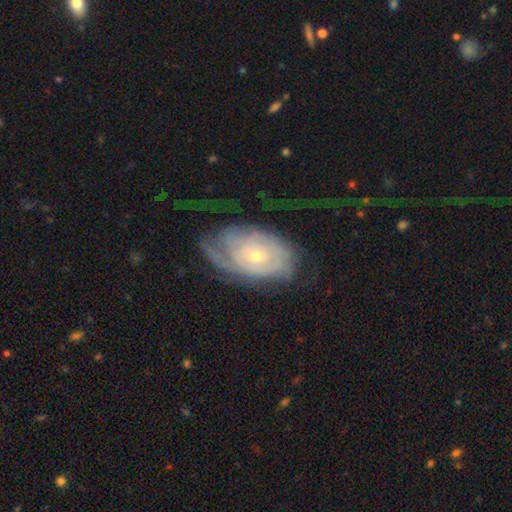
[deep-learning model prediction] smooth-or-featured: featured or disk: 76% | smooth: 18% | star or artifact: 6%
  disk-edge-on: no: 94% | yes: 6%
    bar: no: 80% | weak: 17% | strong: 3%
    has-spiral-arms: yes: 87% | no: 13%
      spiral-winding: tight: 67% | medium: 22% | loose: 11%
      spiral-arm-count: can't tell: 49% | 2: 23% | 3: 10% | 1: 9% | 4: 5% | more than 4: 4%
    bulge-size: small: 66% | moderate: 30% | large: 1% | none: 1% | dominant: 1%
  merging: none: 52% | minor disturbance: 24% | major disturbance: 22% | merger: 2%